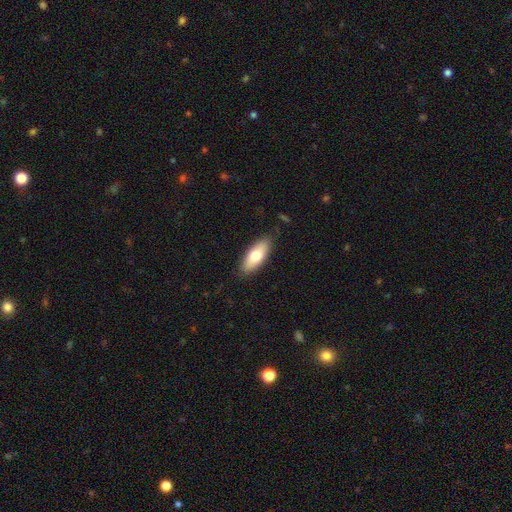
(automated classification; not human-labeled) Smooth or featured?
  - smooth: 72% *
  - featured or disk: 23%
  - star or artifact: 6%
How rounded?
  - in between: 75% *
  - cigar-shaped: 23%
  - round: 2%
Merging?
  - none: 85% *
  - minor disturbance: 11%
  - major disturbance: 2%
  - merger: 1%